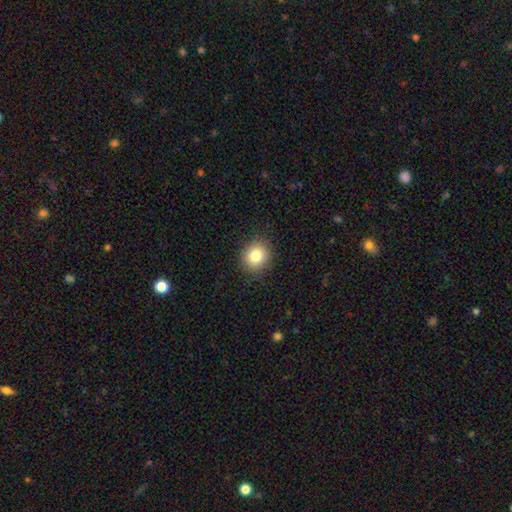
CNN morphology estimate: smooth_or_featured: smooth (p=0.81) [alt: star or artifact p=0.11]
how_rounded: round (p=0.81) [alt: in between p=0.18]
merging: none (p=0.90) [alt: minor disturbance p=0.07]